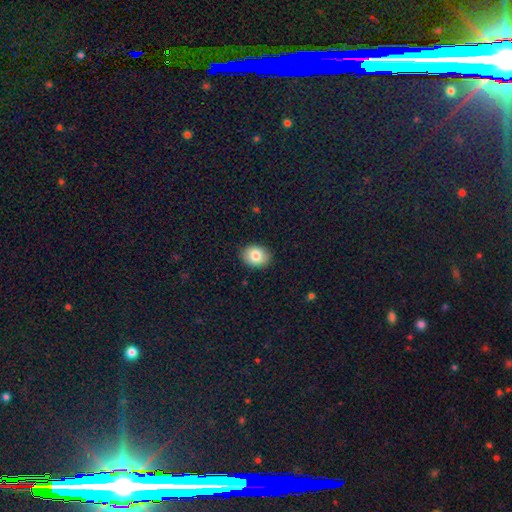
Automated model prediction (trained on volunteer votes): Q: Smooth or featured?
A: smooth (83%); runner-up: featured or disk (9%)
Q: How rounded?
A: in between (58%); runner-up: round (41%)
Q: Merging?
A: none (89%); runner-up: minor disturbance (8%)